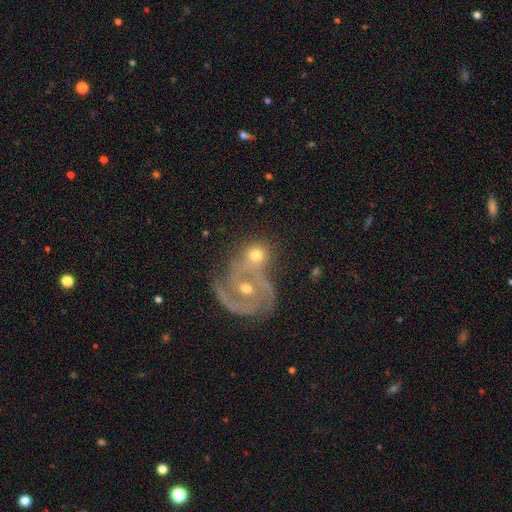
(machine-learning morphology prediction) Smooth or featured?
  - smooth: 46% *
  - featured or disk: 45%
  - star or artifact: 10%
Merging?
  - merger: 43% *
  - none: 40%
  - minor disturbance: 11%
  - major disturbance: 7%